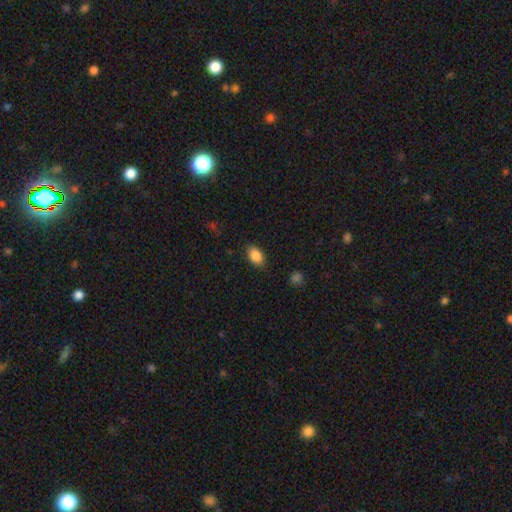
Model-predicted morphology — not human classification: Smooth or featured: smooth — 87% (star or artifact — 8%)
How rounded: in between — 86% (round — 12%)
Merging: none — 84% (minor disturbance — 12%)